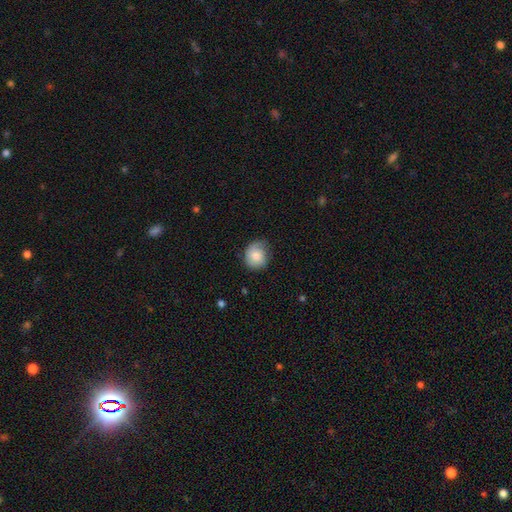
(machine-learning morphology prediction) The model was most divided on "merging": none: 62%, minor disturbance: 28%, major disturbance: 9%, merger: 1%. More confident: smooth or featured — smooth (74%); how rounded — round (73%).